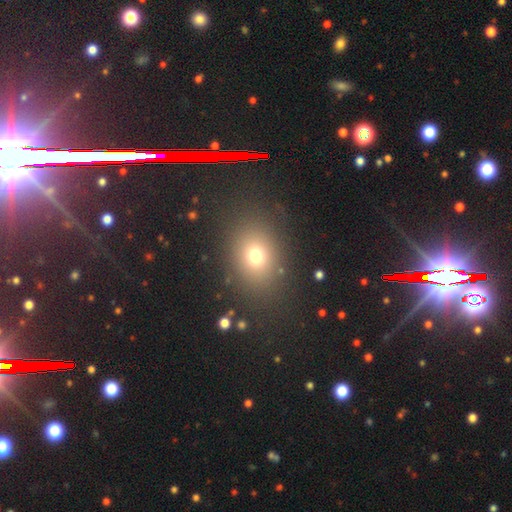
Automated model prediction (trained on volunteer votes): smooth-or-featured: smooth: 72% | star or artifact: 17% | featured or disk: 11%
  how-rounded: in between: 51% | round: 48% | cigar-shaped: 1%
  merging: none: 83% | minor disturbance: 9% | major disturbance: 6% | merger: 2%